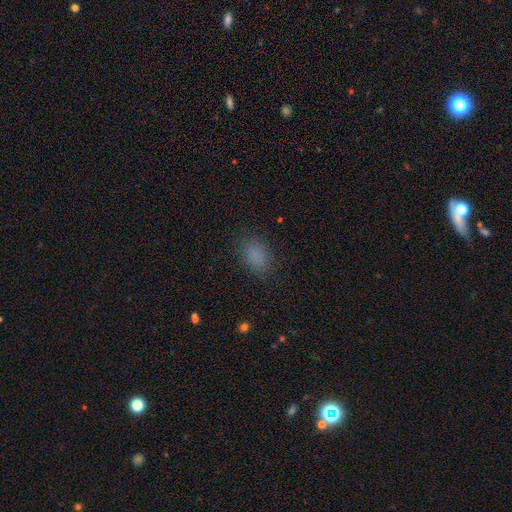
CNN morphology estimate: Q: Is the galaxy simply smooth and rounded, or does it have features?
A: smooth — 83%.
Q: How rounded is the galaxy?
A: in between — 76%.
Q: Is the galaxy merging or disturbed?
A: none — 83%.